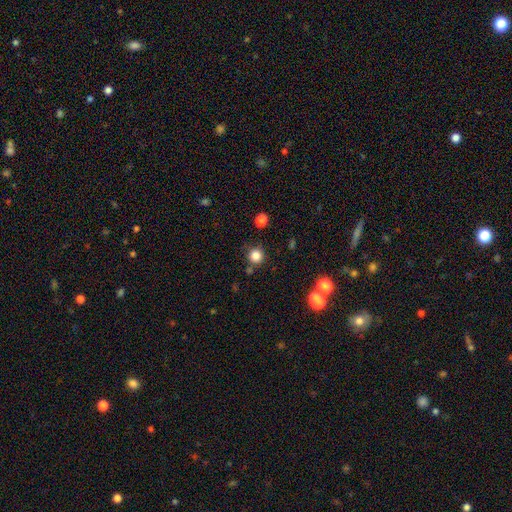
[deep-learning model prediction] Smooth or featured?
  - smooth: 83% *
  - star or artifact: 13%
  - featured or disk: 5%
How rounded?
  - round: 93% *
  - in between: 6%
  - cigar-shaped: 1%
Merging?
  - none: 81% *
  - minor disturbance: 9%
  - merger: 6%
  - major disturbance: 3%